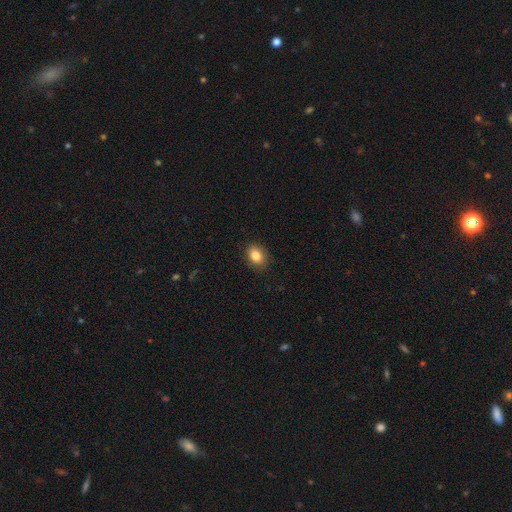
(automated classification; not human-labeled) Smooth or featured? smooth (85%)
How rounded? in between (64%)
Merging? none (88%)